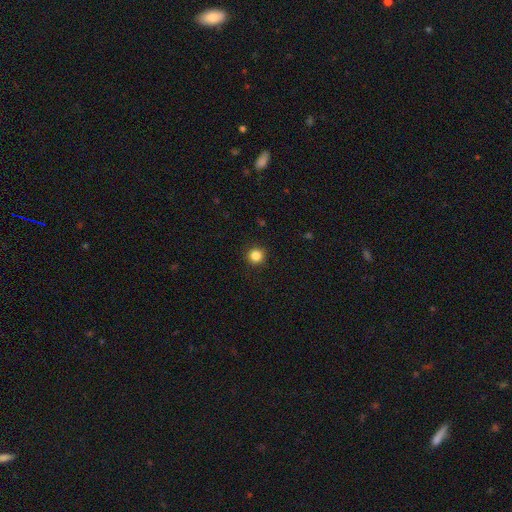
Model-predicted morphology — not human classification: smooth_or_featured: smooth (p=0.85) [alt: star or artifact p=0.11]
how_rounded: round (p=0.95) [alt: in between p=0.04]
merging: none (p=0.92) [alt: minor disturbance p=0.05]